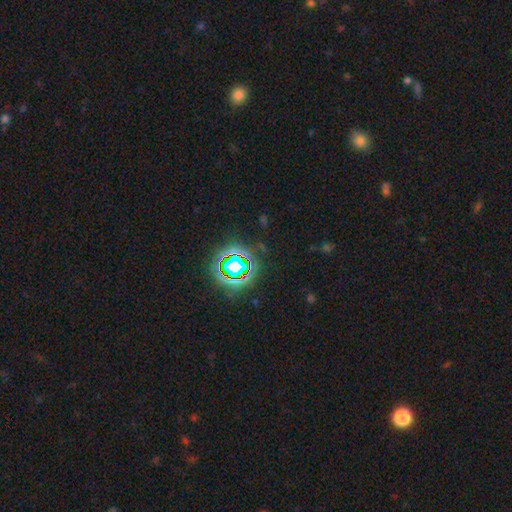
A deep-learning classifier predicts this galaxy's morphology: smooth_or_featured: star or artifact (p=0.80) [alt: smooth p=0.13]